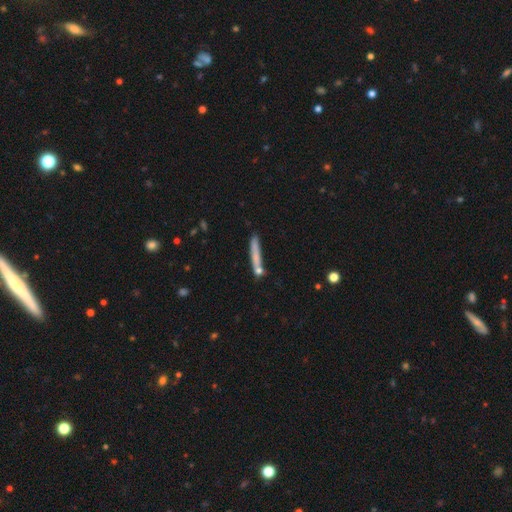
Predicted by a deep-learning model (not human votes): Smooth or featured?
  - smooth: 69% *
  - featured or disk: 23%
  - star or artifact: 8%
How rounded?
  - cigar-shaped: 94% *
  - in between: 4%
  - round: 2%
Merging?
  - none: 73% *
  - minor disturbance: 13%
  - merger: 10%
  - major disturbance: 4%